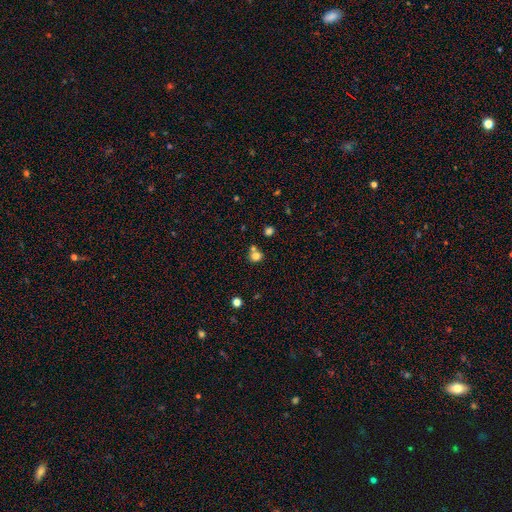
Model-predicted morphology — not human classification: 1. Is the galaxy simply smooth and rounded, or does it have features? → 79% smooth, 14% star or artifact, 7% featured or disk.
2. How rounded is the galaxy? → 82% round, 17% in between, 1% cigar-shaped.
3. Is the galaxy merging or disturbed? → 57% none, 30% merger, 9% minor disturbance, 3% major disturbance.